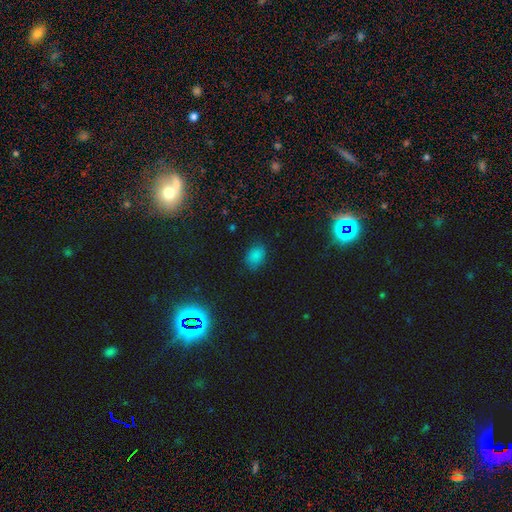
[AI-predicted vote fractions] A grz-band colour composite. It shows a smooth galaxy with no disk features (78%) that is in between round and cigar-shaped (81%). Merging: none (79%).